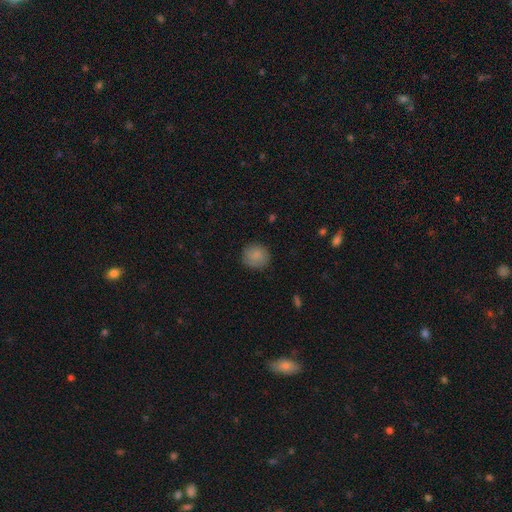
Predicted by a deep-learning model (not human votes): This is clearly a smooth galaxy (84%). How rounded: clearly round (87%). Merging: clearly none (83%).